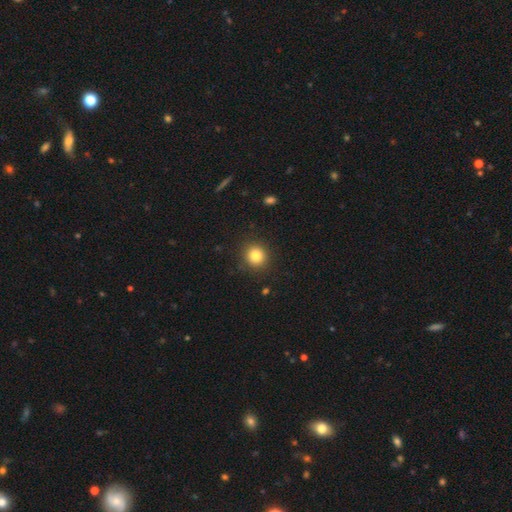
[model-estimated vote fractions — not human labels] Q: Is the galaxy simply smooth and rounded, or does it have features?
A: smooth — 83%.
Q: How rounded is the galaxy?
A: round — 90%.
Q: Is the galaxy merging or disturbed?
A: none — 90%.